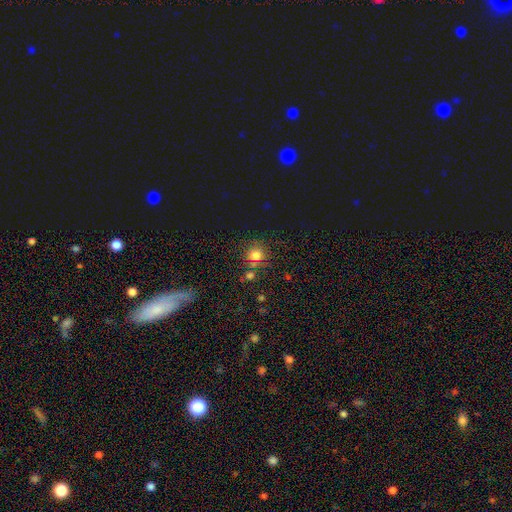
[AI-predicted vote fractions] smooth-or-featured: smooth: 70% | star or artifact: 22% | featured or disk: 8%
  how-rounded: round: 89% | in between: 10% | cigar-shaped: 1%
  merging: none: 72% | merger: 14% | minor disturbance: 10% | major disturbance: 4%